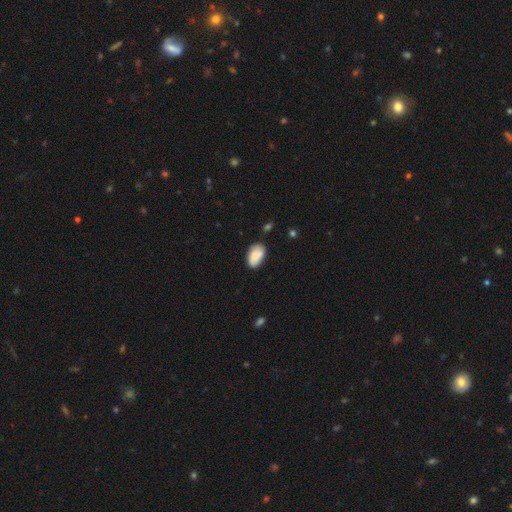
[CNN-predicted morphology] This appears to be a smooth galaxy with no disk features (83%) that is in between round and cigar-shaped (91%). Merging: none (73%).